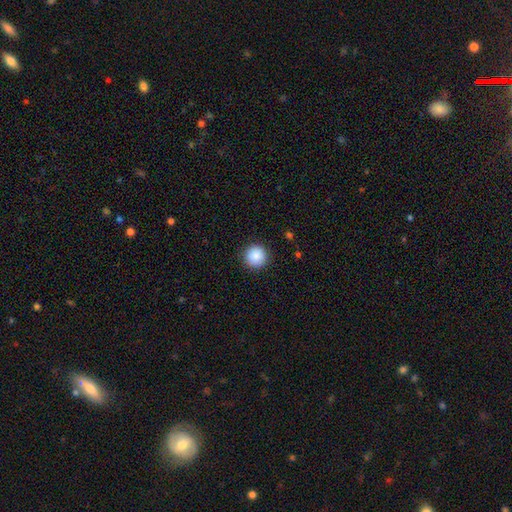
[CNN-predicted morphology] A smooth galaxy with no disk features (88%) that is round (96%). Merging: none (91%).